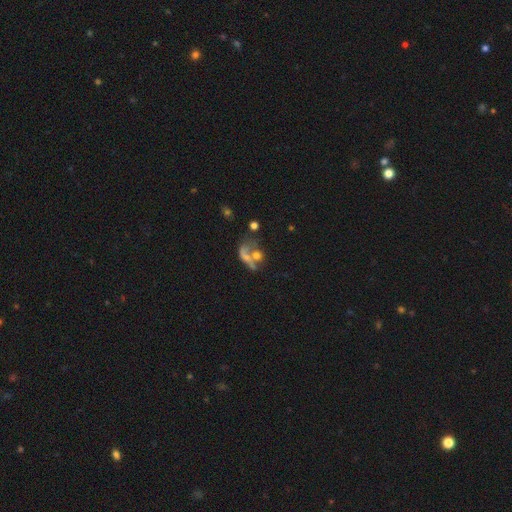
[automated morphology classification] The model was most divided on "smooth or featured": smooth: 46%, featured or disk: 36%, star or artifact: 18%. Remaining: merging — merger (46%).